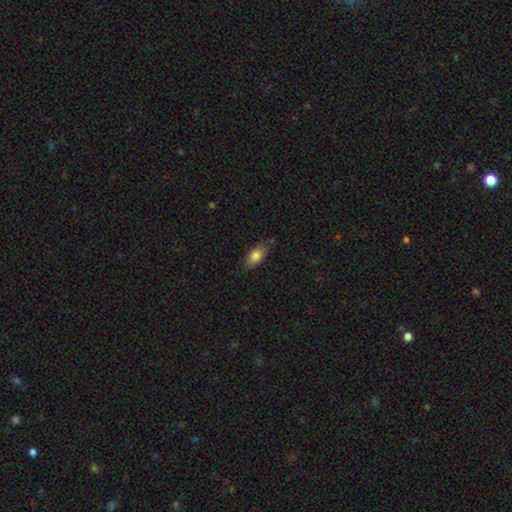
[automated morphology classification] The model was most divided on "merging": none: 71%, minor disturbance: 22%, major disturbance: 4%, merger: 2%. More confident: how rounded — in between (84%); smooth or featured — smooth (79%).